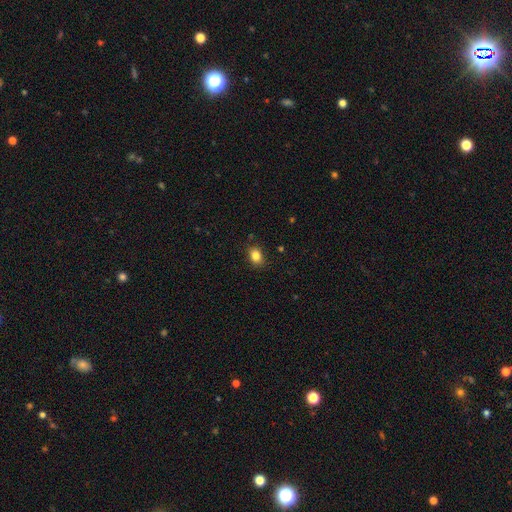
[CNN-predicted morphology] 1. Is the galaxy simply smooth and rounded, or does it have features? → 84% smooth, 10% star or artifact, 6% featured or disk.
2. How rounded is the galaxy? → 68% in between, 31% round, 1% cigar-shaped.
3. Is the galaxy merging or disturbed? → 86% none, 11% minor disturbance, 2% major disturbance, 1% merger.